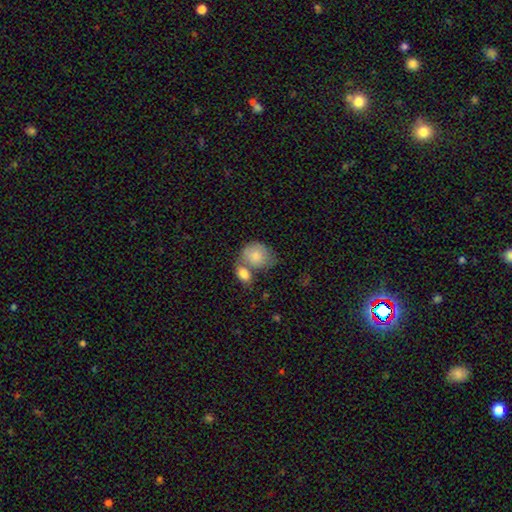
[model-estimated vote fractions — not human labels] Overall: smooth (78%). How rounded: in between (50%; round 48%). Merging: merger (48%; none 29%).